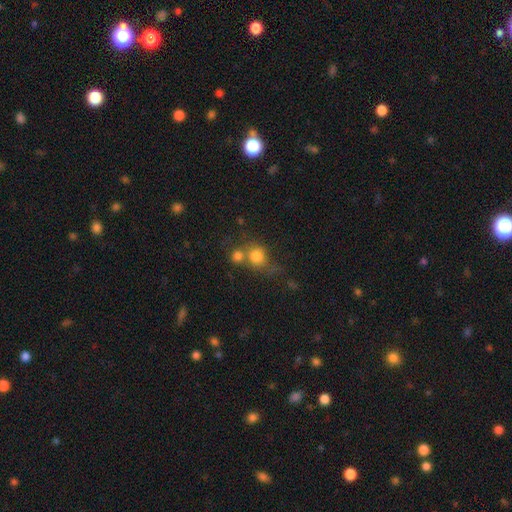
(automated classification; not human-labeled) Overall: smooth (78%). How rounded: round (80%). Merging: merger (44%; none 39%).